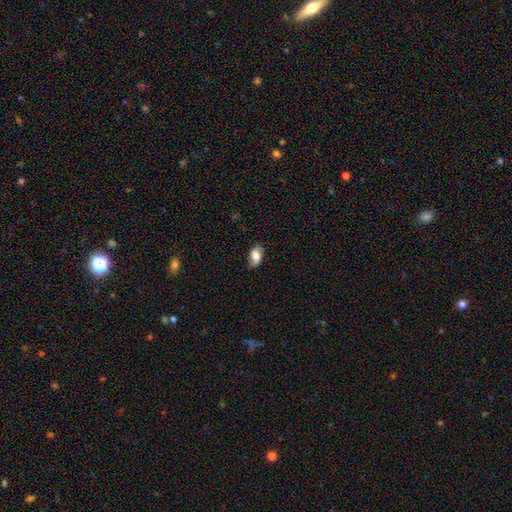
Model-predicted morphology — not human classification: The model was most divided on "smooth or featured": smooth: 69%, featured or disk: 22%, star or artifact: 8%. More confident: how rounded — in between (90%); merging — none (77%).